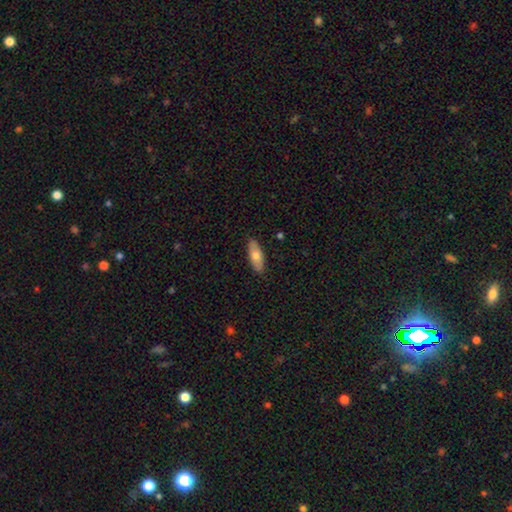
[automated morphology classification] Smooth or featured?
  - smooth: 73% *
  - featured or disk: 21%
  - star or artifact: 6%
How rounded?
  - in between: 70% *
  - cigar-shaped: 28%
  - round: 2%
Merging?
  - none: 89% *
  - minor disturbance: 9%
  - major disturbance: 2%
  - merger: 1%